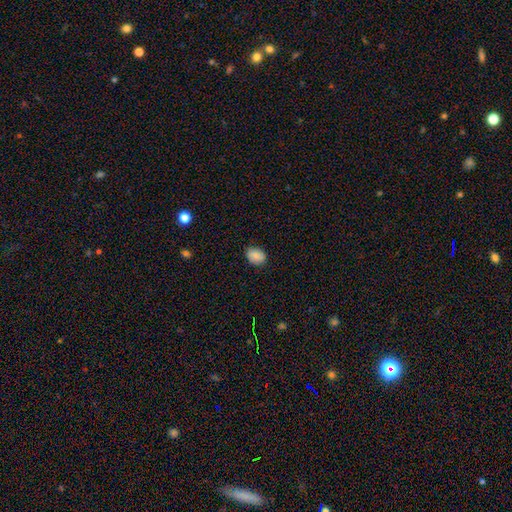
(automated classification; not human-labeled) Overall: smooth (86%). How rounded: in between (69%; round 30%). Merging: none (84%).